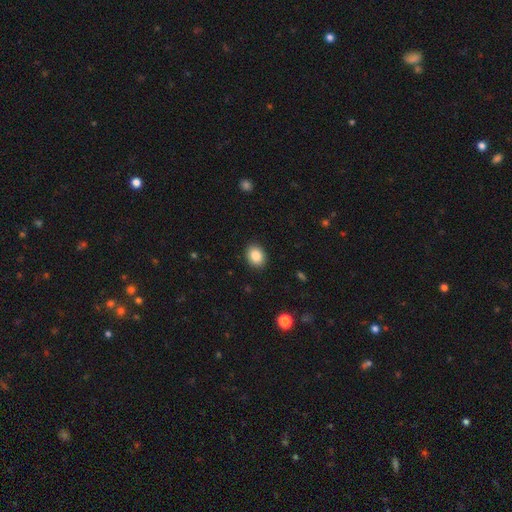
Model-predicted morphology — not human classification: A smooth galaxy with no disk features (86%) that is in between round and cigar-shaped (55%).

Vote fractions:
- Smooth or featured? smooth: 86% / star or artifact: 9% / featured or disk: 5%
- How rounded? in between: 55% / round: 44% / cigar-shaped: 1%
- Merging? none: 90% / minor disturbance: 7% / major disturbance: 2% / merger: 1%